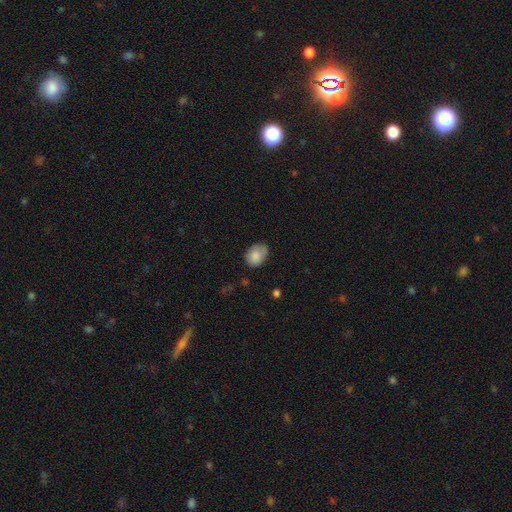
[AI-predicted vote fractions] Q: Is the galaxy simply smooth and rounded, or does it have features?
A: smooth — 83%.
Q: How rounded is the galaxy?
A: in between — 71%.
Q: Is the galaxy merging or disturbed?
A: none — 64%.